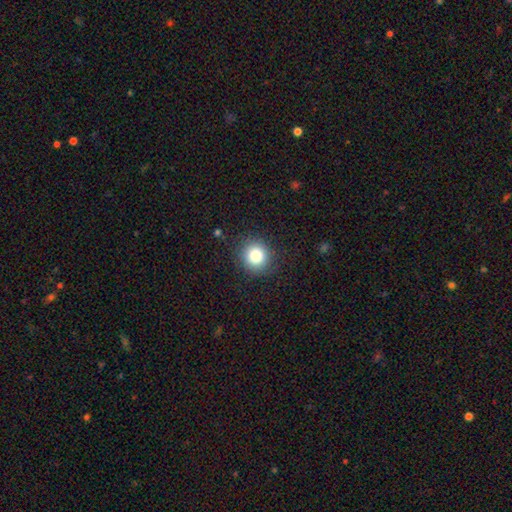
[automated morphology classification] smooth 84%, star or artifact 10%, featured or disk 6%. Down the decision tree: how rounded — round (90%); merging — none (88%).